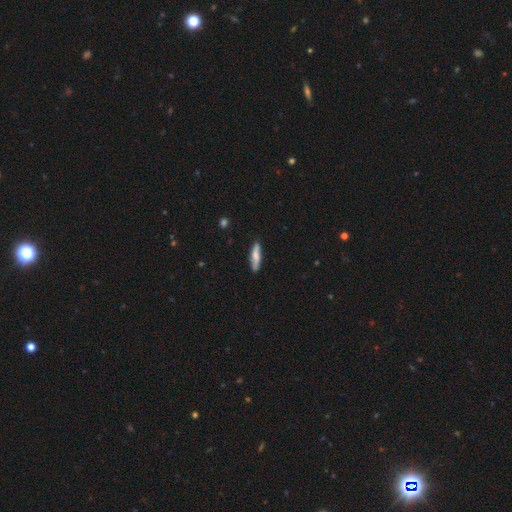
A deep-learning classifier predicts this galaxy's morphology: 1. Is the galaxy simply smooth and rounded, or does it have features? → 68% smooth, 26% featured or disk, 6% star or artifact.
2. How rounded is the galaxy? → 78% cigar-shaped, 20% in between, 2% round.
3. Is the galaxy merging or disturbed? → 86% none, 11% minor disturbance, 2% major disturbance, 1% merger.